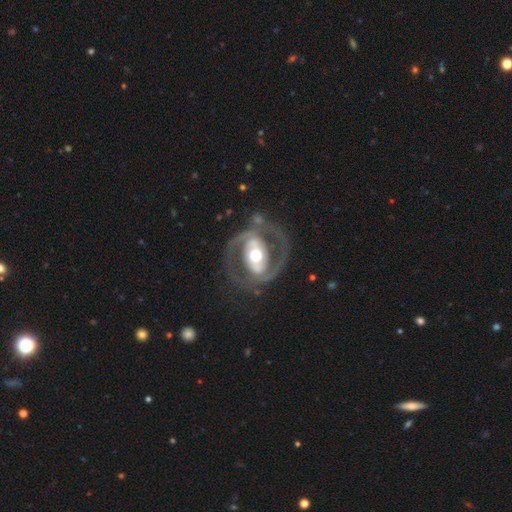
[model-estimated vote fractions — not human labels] Smooth or featured: featured or disk — 84% (smooth — 12%)
Edge-on disk: no — 97% (yes — 3%)
Bar: strong — 40% (no — 34%)
Spiral arms: yes — 75% (no — 25%)
Spiral winding: medium — 51% (tight — 31%)
Spiral arm count: 2 — 88% (can't tell — 5%)
Bulge size: moderate — 63% (large — 27%)
Merging: none — 73% (minor disturbance — 13%)